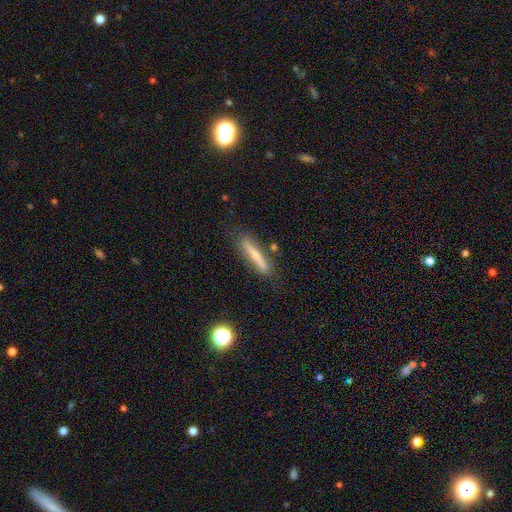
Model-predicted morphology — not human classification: This appears to be a smooth galaxy with no disk features (49%). Merging: none (78%).